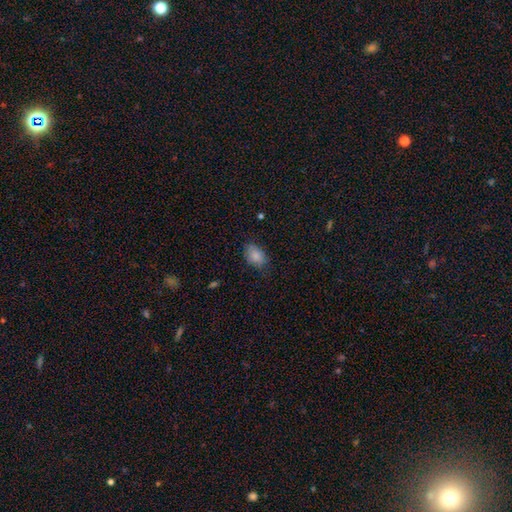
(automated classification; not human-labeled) Overall: smooth (85%). How rounded: in between (84%). Merging: none (75%).